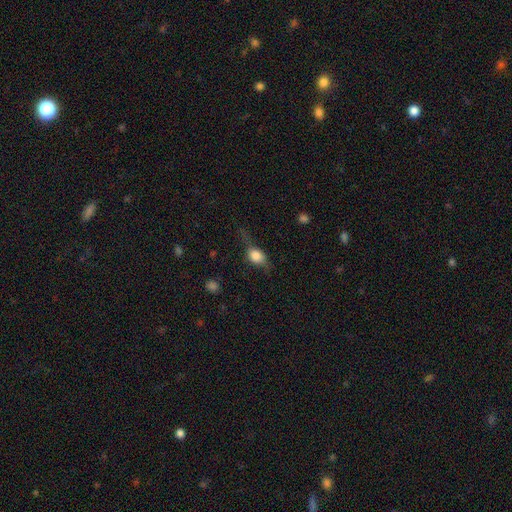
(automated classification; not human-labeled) smooth 66%, featured or disk 24%, star or artifact 10%. Down the decision tree: how rounded — in between (58%); merging — none (50%).